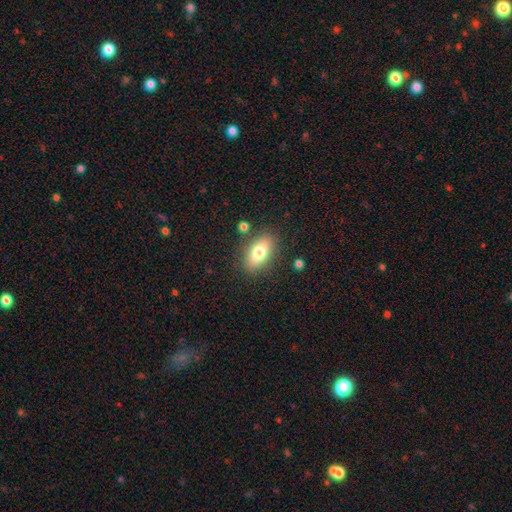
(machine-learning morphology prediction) type=smooth (74%); roundness=in between (86%); merging=none (82%).